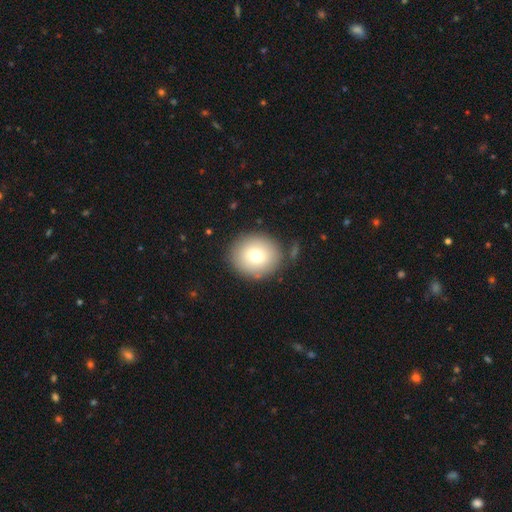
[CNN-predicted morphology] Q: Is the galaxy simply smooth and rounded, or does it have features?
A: smooth — 75%.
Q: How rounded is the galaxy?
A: round — 85%.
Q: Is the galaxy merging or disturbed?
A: none — 83%.